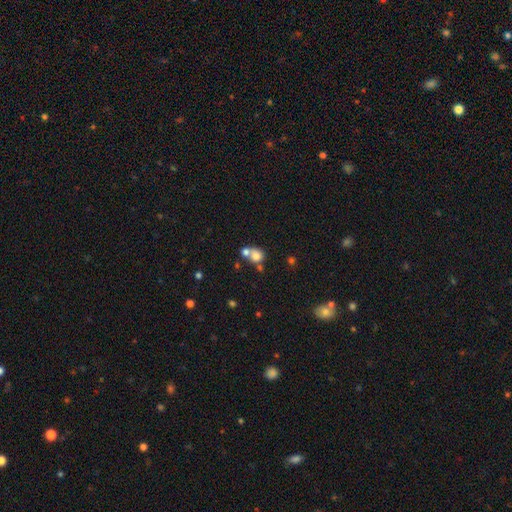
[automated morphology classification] A smooth galaxy with no disk features (75%) that is round (74%).

Vote fractions:
- Smooth or featured? smooth: 75% / featured or disk: 14% / star or artifact: 12%
- How rounded? round: 74% / in between: 25% / cigar-shaped: 1%
- Merging? merger: 53% / none: 34% / minor disturbance: 8% / major disturbance: 5%